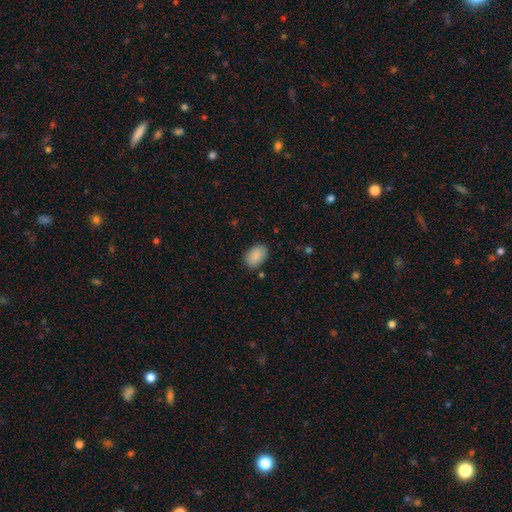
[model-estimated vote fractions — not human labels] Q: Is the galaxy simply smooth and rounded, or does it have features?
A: smooth — 89%.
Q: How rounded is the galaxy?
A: in between — 86%.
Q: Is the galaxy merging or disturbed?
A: none — 81%.